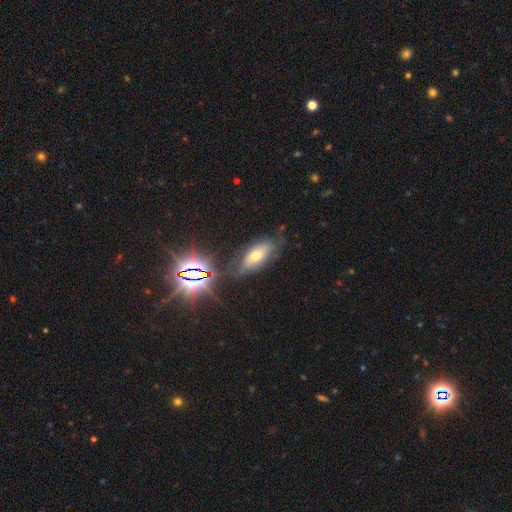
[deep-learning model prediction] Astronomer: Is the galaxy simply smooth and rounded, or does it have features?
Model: smooth — 41% (runner-up: featured or disk, 30%).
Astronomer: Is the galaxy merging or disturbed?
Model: none — 68%.